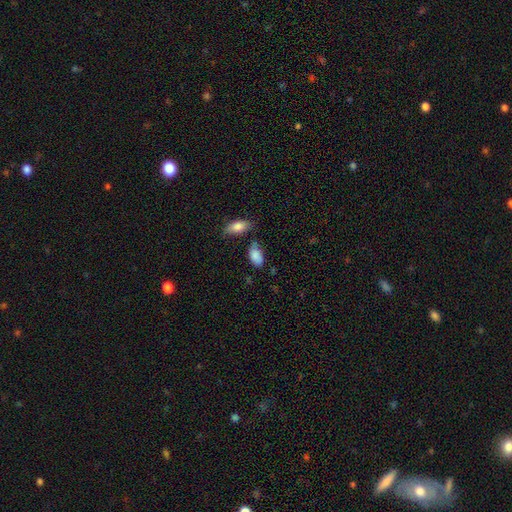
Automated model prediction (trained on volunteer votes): Morphology: type=smooth (86%); roundness=in between (94%); merging=none (58%).